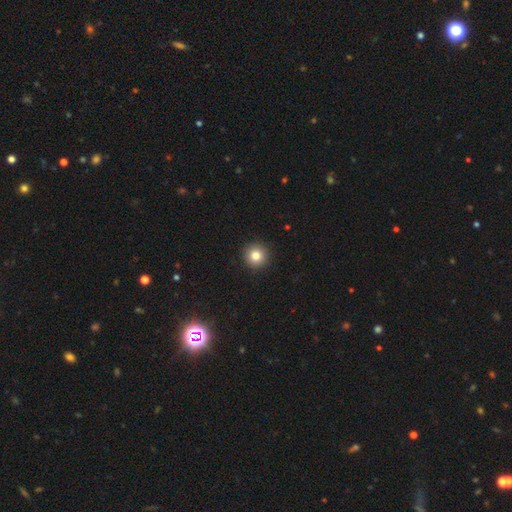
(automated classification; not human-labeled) Overall: smooth (82%). How rounded: round (96%). Merging: none (93%).